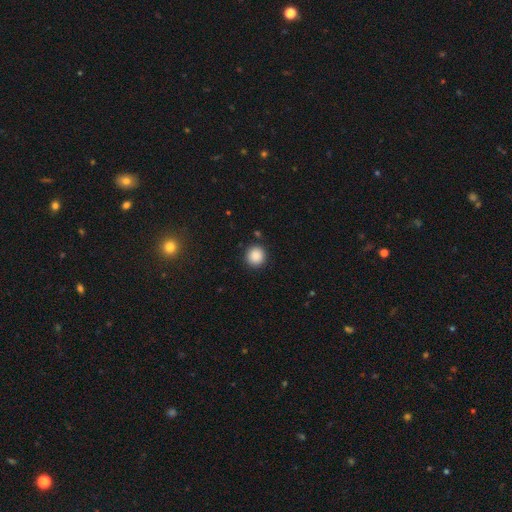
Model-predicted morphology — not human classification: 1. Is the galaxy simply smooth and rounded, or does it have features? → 88% smooth, 9% star or artifact, 3% featured or disk.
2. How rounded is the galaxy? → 93% round, 6% in between, 1% cigar-shaped.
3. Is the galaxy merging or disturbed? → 90% none, 6% minor disturbance, 2% major disturbance, 1% merger.